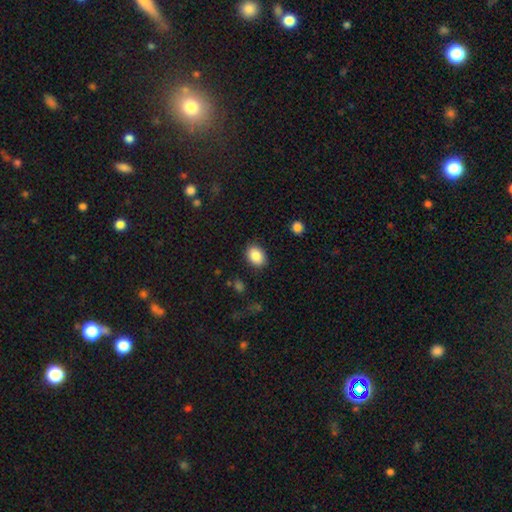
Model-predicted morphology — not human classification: This appears to be a smooth galaxy with no disk features (87%) that is in between round and cigar-shaped (71%). Merging: none (86%).